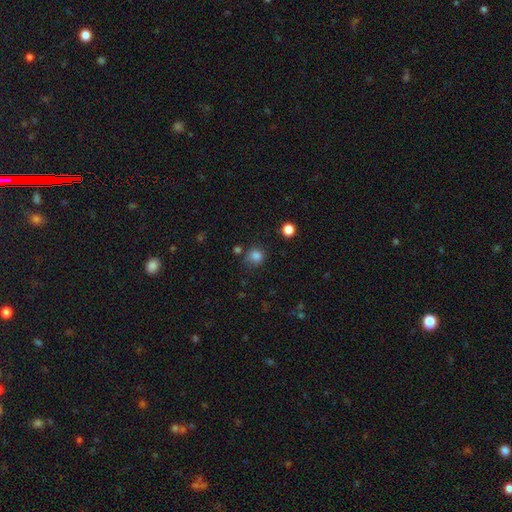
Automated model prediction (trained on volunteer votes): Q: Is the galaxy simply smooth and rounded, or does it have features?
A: smooth — 82%.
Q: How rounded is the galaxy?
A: round — 85%.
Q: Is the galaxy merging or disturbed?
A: none — 70%.